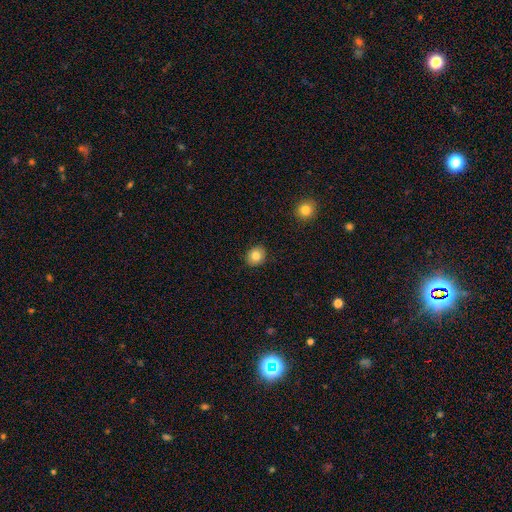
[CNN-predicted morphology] The model was most divided on "how rounded": round: 68%, in between: 32%, cigar-shaped: 1%. More confident: merging — none (90%); smooth or featured — smooth (82%).